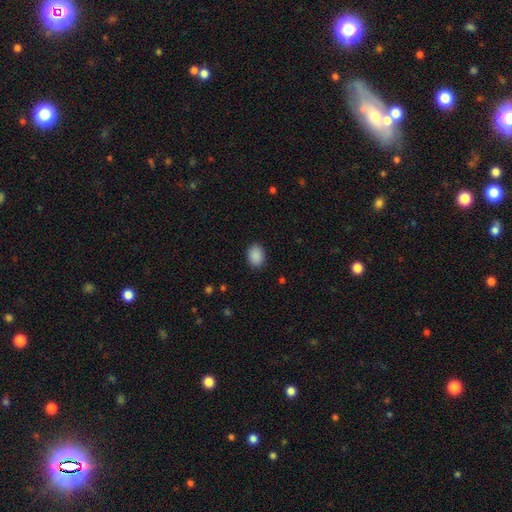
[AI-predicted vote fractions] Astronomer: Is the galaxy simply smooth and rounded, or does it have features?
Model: smooth — 90%.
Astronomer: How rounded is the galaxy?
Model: in between — 70%.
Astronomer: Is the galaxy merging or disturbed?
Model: none — 88%.